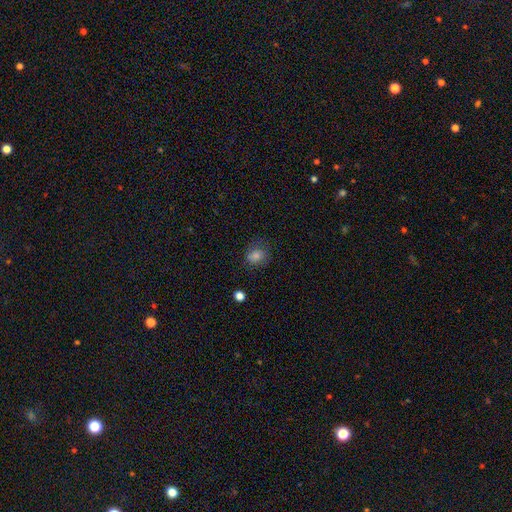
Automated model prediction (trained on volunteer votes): smooth_or_featured: smooth (p=0.76) [alt: star or artifact p=0.14]
how_rounded: round (p=0.56) [alt: in between p=0.43]
merging: none (p=0.73) [alt: minor disturbance p=0.19]